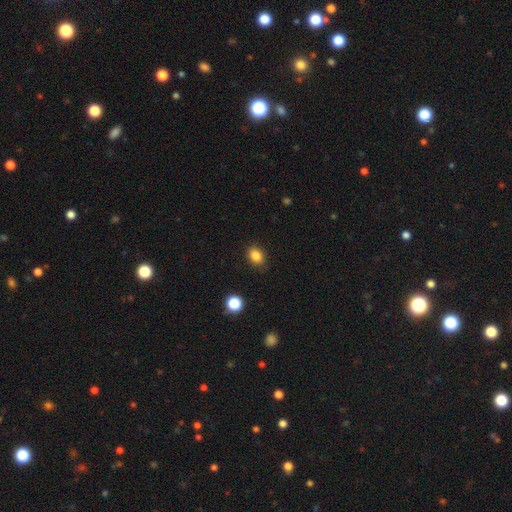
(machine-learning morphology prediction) Smooth or featured? Predicted: smooth (p=0.85). How rounded? Predicted: in between (p=0.61). Merging? Predicted: none (p=0.85).